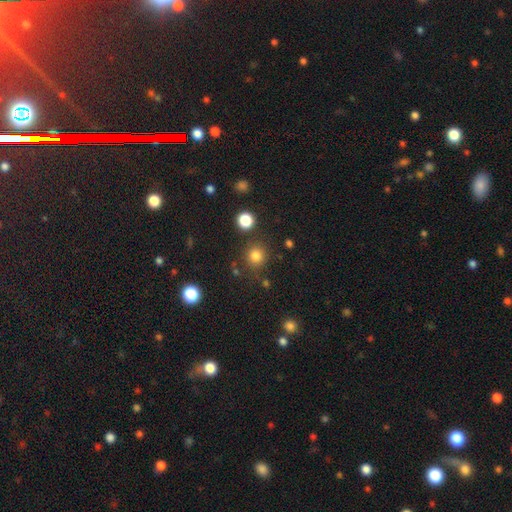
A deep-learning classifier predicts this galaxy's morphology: A smooth galaxy with no disk features (81%) that is round (91%). Merging: none (85%).